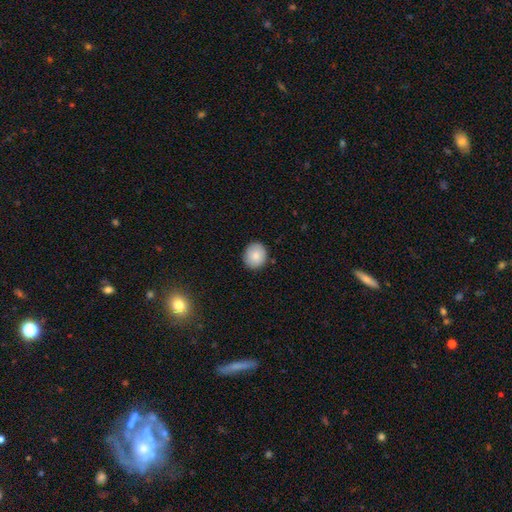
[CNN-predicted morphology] A smooth galaxy with no disk features (84%) that is round (84%). Merging: none (88%).